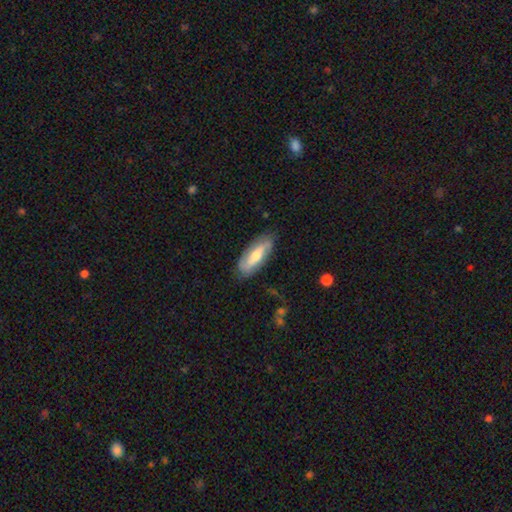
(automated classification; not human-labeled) A featured or disk galaxy (53%). Merging: none (78%).